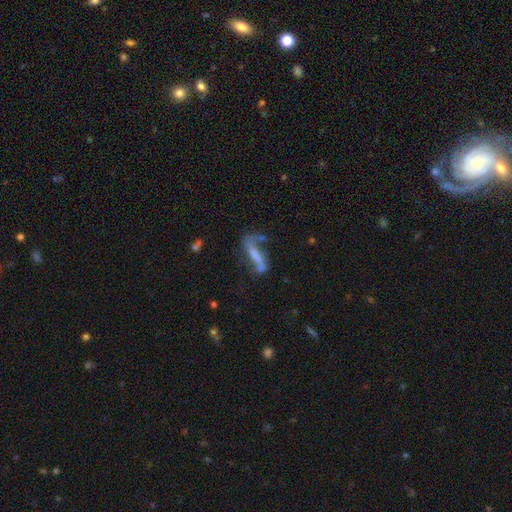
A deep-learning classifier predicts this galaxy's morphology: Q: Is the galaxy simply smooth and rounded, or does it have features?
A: featured or disk — 59%.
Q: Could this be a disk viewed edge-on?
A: no — 73%.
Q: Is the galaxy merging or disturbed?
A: none — 40%.